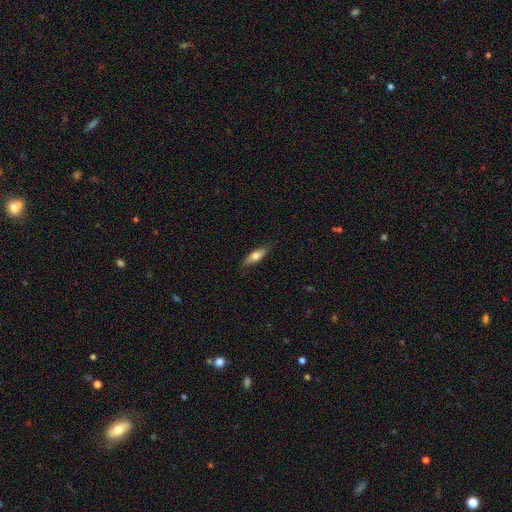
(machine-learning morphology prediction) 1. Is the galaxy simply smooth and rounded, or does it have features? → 66% smooth, 28% featured or disk, 6% star or artifact.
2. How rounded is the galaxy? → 56% in between, 42% cigar-shaped, 3% round.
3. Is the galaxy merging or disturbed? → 84% none, 13% minor disturbance, 2% major disturbance, 1% merger.